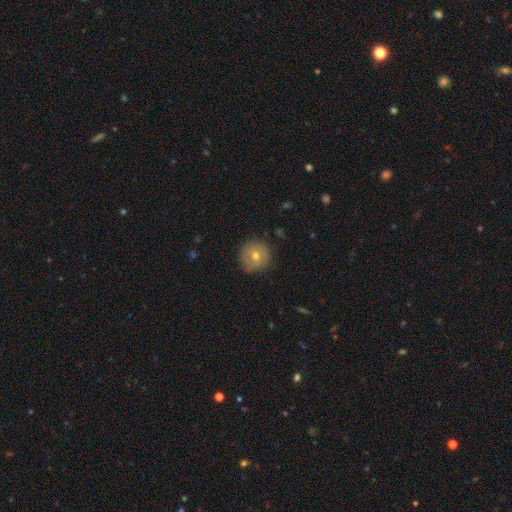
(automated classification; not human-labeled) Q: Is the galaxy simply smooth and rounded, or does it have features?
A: smooth — 63%.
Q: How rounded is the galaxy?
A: round — 95%.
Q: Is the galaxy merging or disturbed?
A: none — 82%.